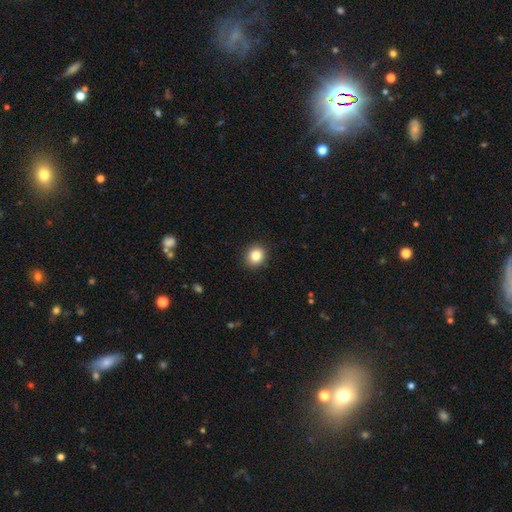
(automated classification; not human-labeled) A smooth galaxy with no disk features (84%) that is round (76%).

Vote fractions:
- Smooth or featured? smooth: 84% / star or artifact: 10% / featured or disk: 6%
- How rounded? round: 76% / in between: 23% / cigar-shaped: 1%
- Merging? none: 91% / minor disturbance: 6% / major disturbance: 2% / merger: 1%